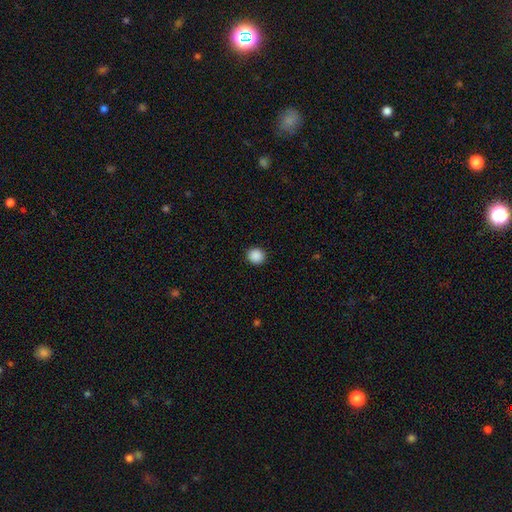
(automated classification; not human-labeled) Smooth or featured?
  - smooth: 89% *
  - star or artifact: 9%
  - featured or disk: 2%
How rounded?
  - round: 89% *
  - in between: 10%
  - cigar-shaped: 1%
Merging?
  - none: 91% *
  - minor disturbance: 6%
  - major disturbance: 2%
  - merger: 1%